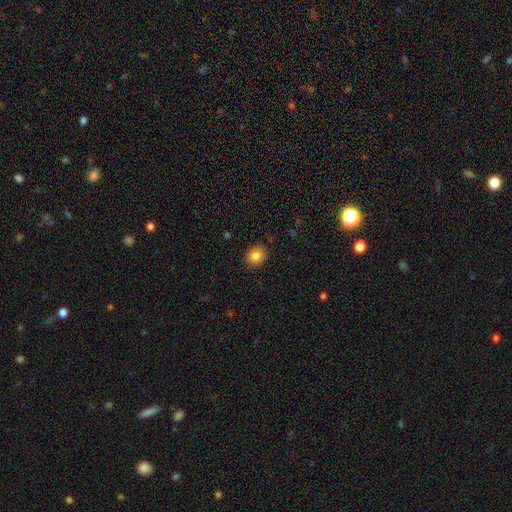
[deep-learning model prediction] Smooth or featured: smooth — 84% (star or artifact — 10%)
How rounded: round — 68% (in between — 31%)
Merging: none — 88% (minor disturbance — 8%)